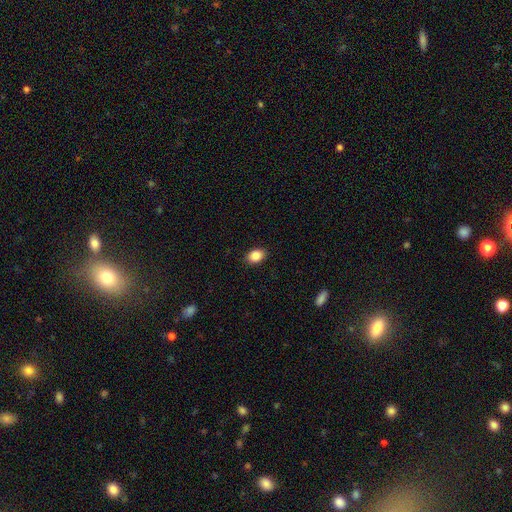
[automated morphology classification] Overall: smooth (87%). How rounded: in between (77%). Merging: none (89%).